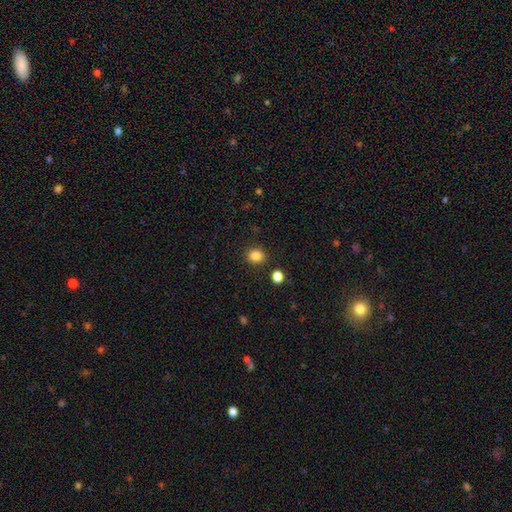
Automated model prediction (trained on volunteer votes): smooth_or_featured: smooth (p=0.84) [alt: star or artifact p=0.11]
how_rounded: round (p=0.76) [alt: in between p=0.23]
merging: none (p=0.88) [alt: minor disturbance p=0.07]